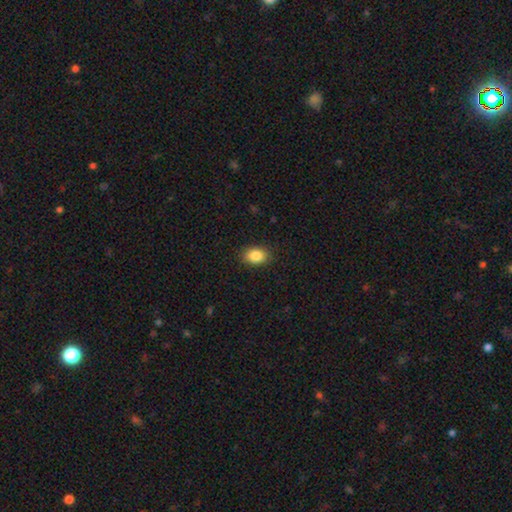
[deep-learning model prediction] smooth 86%, star or artifact 9%, featured or disk 5%. Down the decision tree: how rounded — in between (78%); merging — none (88%).